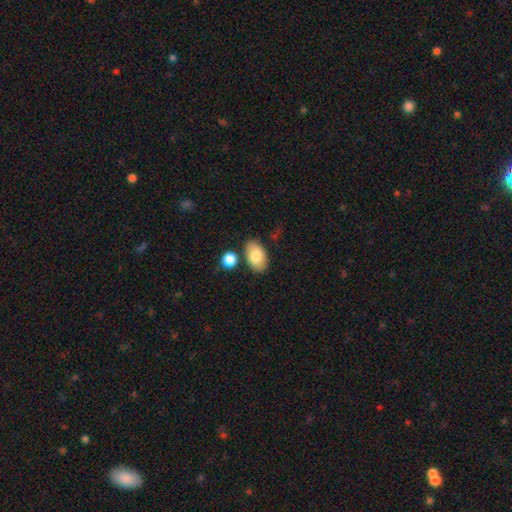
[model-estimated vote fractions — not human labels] This appears to be a smooth galaxy with no disk features (80%) that is in between round and cigar-shaped (93%). Merging: none (77%).